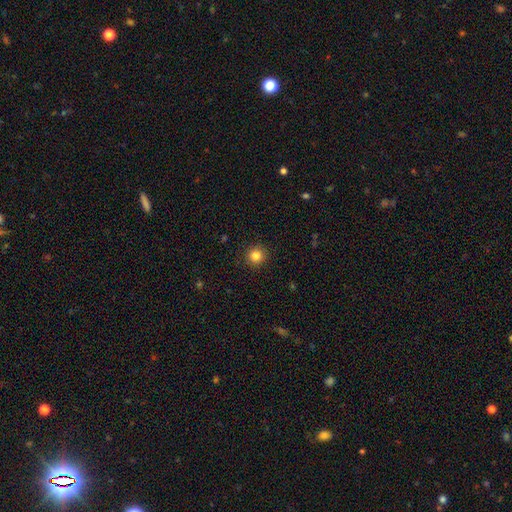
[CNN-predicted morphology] A smooth galaxy with no disk features (84%) that is round (94%).

Vote fractions:
- Smooth or featured? smooth: 84% / star or artifact: 11% / featured or disk: 4%
- How rounded? round: 94% / in between: 5% / cigar-shaped: 1%
- Merging? none: 92% / minor disturbance: 5% / major disturbance: 2% / merger: 1%